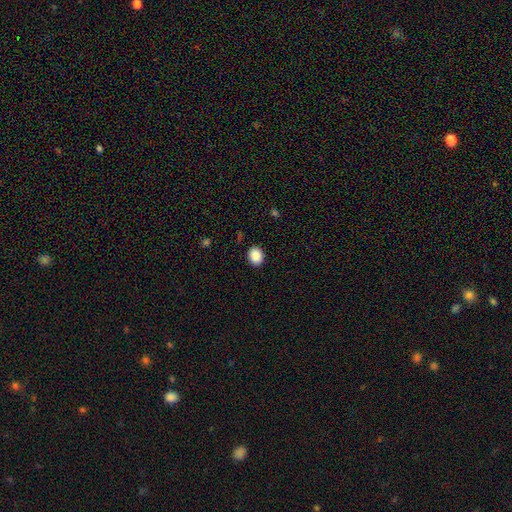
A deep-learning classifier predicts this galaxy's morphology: smooth 89%, star or artifact 8%, featured or disk 3%. Down the decision tree: how rounded — in between (51%); merging — none (90%).